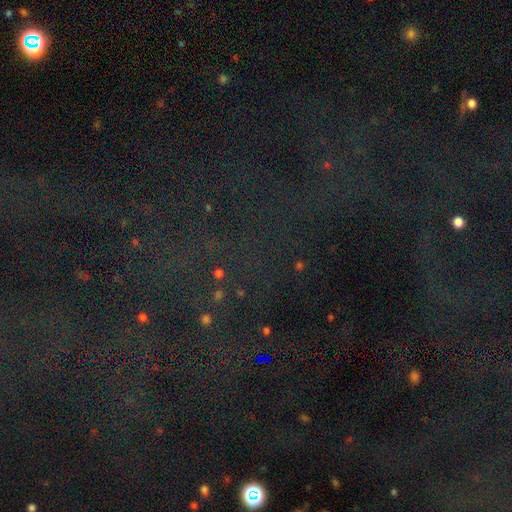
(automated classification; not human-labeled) Q: Smooth or featured?
A: star or artifact (77%); runner-up: smooth (12%)